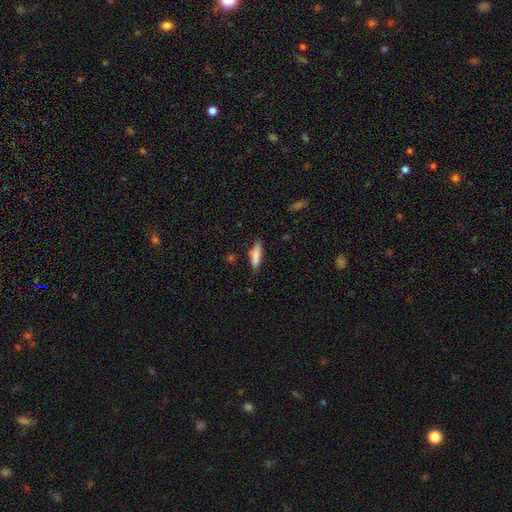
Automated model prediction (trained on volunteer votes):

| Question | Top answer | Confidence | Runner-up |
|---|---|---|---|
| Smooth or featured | smooth | 80% | featured or disk (13%) |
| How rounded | cigar-shaped | 71% | in between (28%) |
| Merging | none | 81% | minor disturbance (15%) |